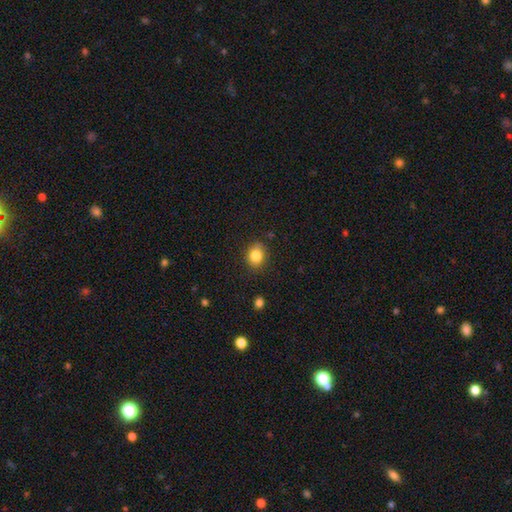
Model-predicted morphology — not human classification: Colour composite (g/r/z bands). It shows a smooth galaxy with no disk features (84%) that is round (63%). Merging: none (83%).